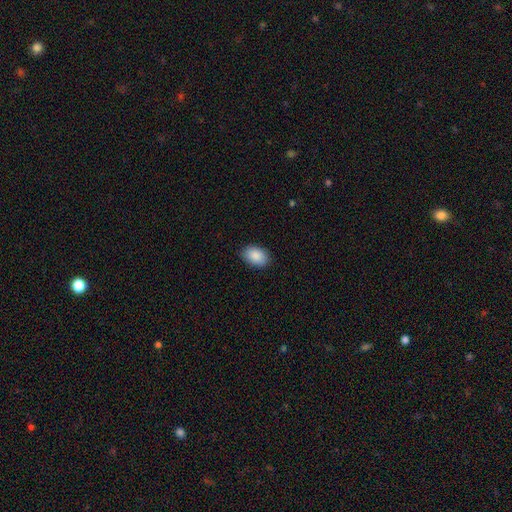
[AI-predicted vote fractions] Smooth or featured? smooth (90%)
How rounded? in between (88%)
Merging? none (87%)